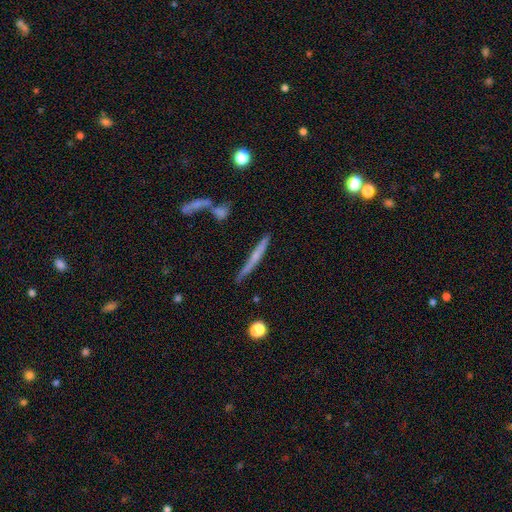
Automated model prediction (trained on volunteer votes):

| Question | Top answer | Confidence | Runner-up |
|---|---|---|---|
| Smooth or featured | featured or disk | 52% | smooth (40%) |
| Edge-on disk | yes | 94% | no (6%) |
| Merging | none | 75% | minor disturbance (15%) |